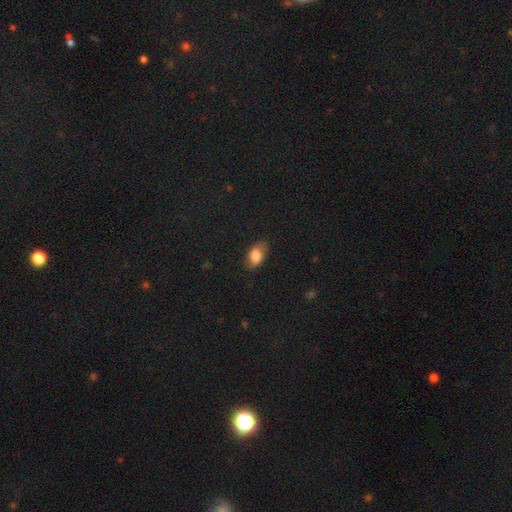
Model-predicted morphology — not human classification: This is clearly a smooth galaxy (80%). How rounded: clearly in between (87%). Merging: likely none (73%).